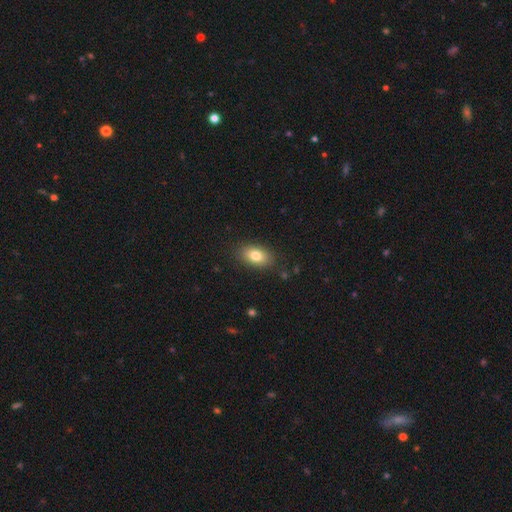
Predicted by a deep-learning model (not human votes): A smooth galaxy with no disk features (81%) that is in between round and cigar-shaped (88%).

Vote fractions:
- Smooth or featured? smooth: 81% / featured or disk: 11% / star or artifact: 8%
- How rounded? in between: 88% / round: 10% / cigar-shaped: 2%
- Merging? none: 86% / minor disturbance: 10% / major disturbance: 3% / merger: 1%